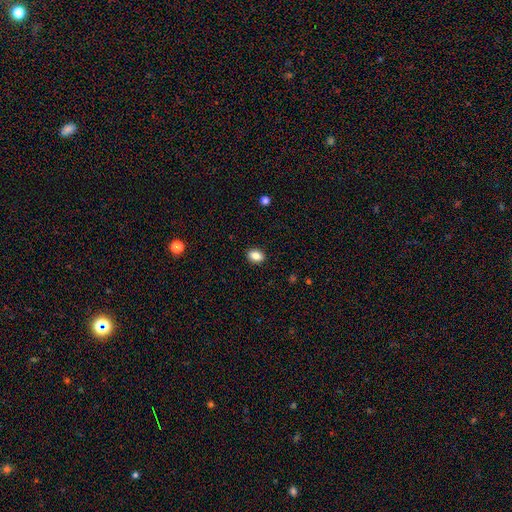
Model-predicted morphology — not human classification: Smooth or featured?
  - smooth: 86% *
  - star or artifact: 9%
  - featured or disk: 5%
How rounded?
  - in between: 75% *
  - round: 23%
  - cigar-shaped: 1%
Merging?
  - none: 90% *
  - minor disturbance: 7%
  - major disturbance: 2%
  - merger: 1%